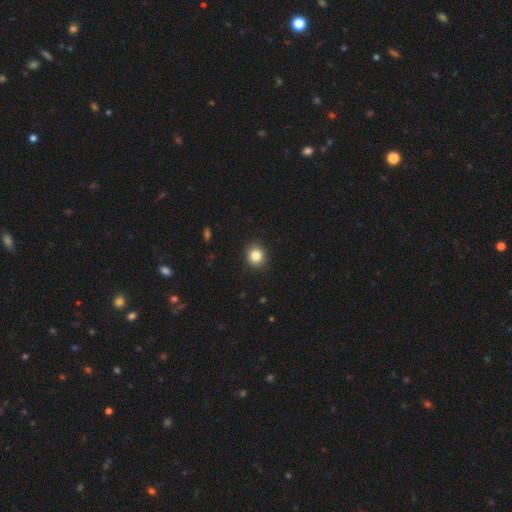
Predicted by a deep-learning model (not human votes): smooth 84%, star or artifact 10%, featured or disk 5%. Down the decision tree: how rounded — round (83%); merging — none (91%).